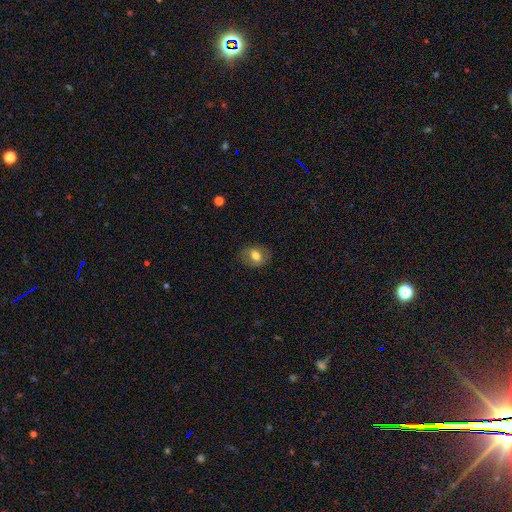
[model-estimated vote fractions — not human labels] This appears to be a smooth galaxy with no disk features (69%) that is in between round and cigar-shaped (58%). Merging: none (83%).